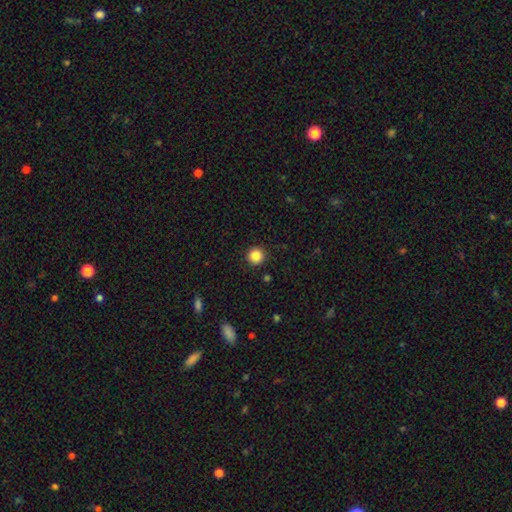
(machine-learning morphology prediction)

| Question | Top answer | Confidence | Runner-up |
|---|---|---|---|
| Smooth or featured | smooth | 86% | star or artifact (10%) |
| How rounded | round | 95% | in between (4%) |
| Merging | none | 92% | minor disturbance (5%) |